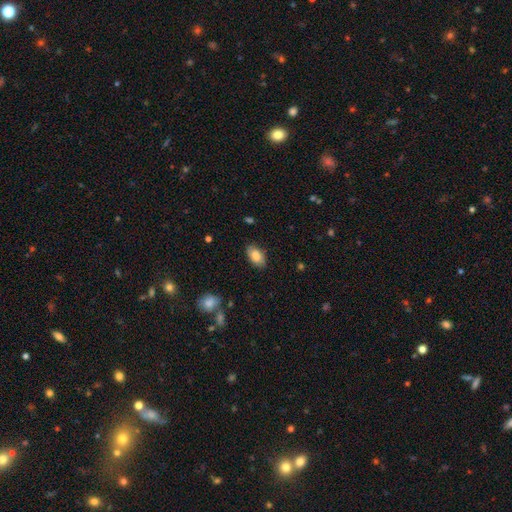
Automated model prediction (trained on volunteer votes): A smooth galaxy with no disk features (81%) that is in between round and cigar-shaped (93%). Merging: none (83%).